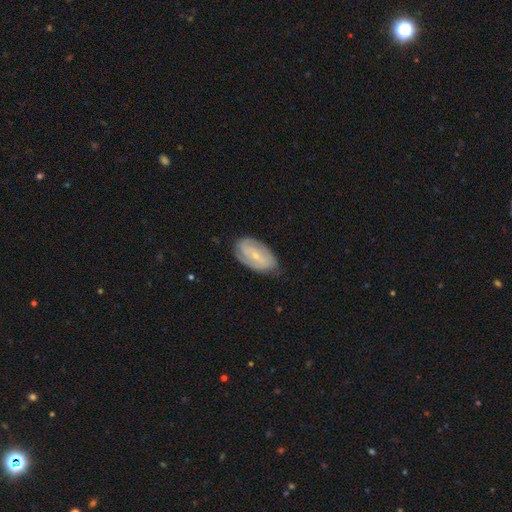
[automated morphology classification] featured or disk 64%, smooth 30%, star or artifact 6%. Down the decision tree: edge-on disk — no (93%); bar — weak (39%); spiral arms — yes (78%); bulge size — small (73%); merging — none (73%).